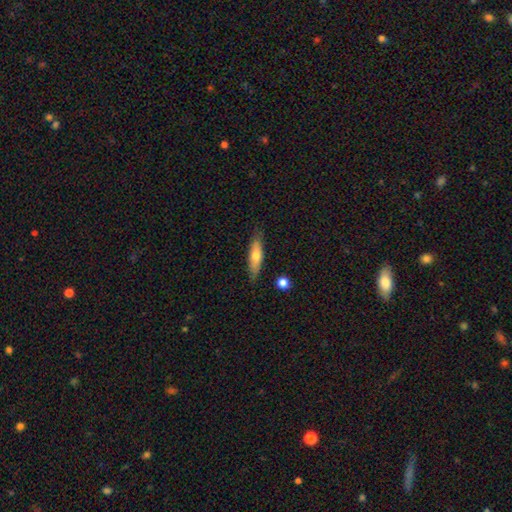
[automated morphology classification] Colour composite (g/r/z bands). It shows a smooth galaxy with no disk features (64%) that is cigar-shaped (62%). Merging: none (81%).